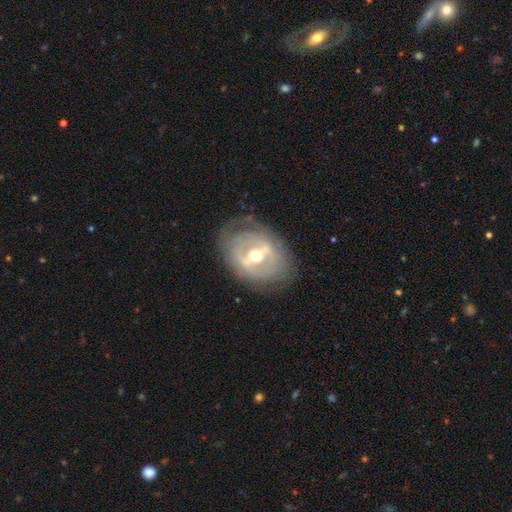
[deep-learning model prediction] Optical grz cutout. It shows a featured or disk galaxy (80%) with a strong bar (57%), no spiral arms (51%) and a moderate central bulge (73%). Merging: none (74%).